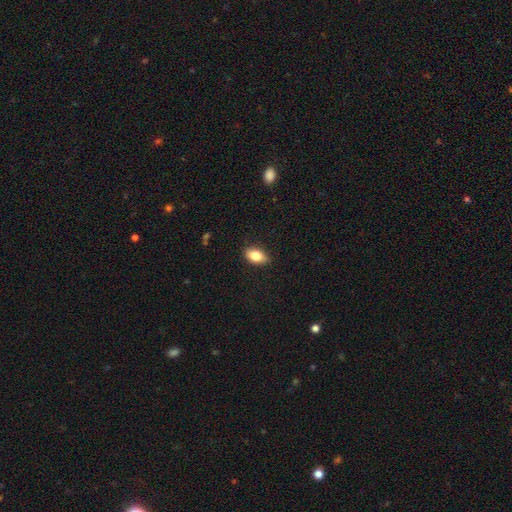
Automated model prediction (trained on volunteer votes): smooth_or_featured: smooth (p=0.80) [alt: featured or disk p=0.13]
how_rounded: in between (p=0.86) [alt: round p=0.10]
merging: none (p=0.82) [alt: minor disturbance p=0.14]